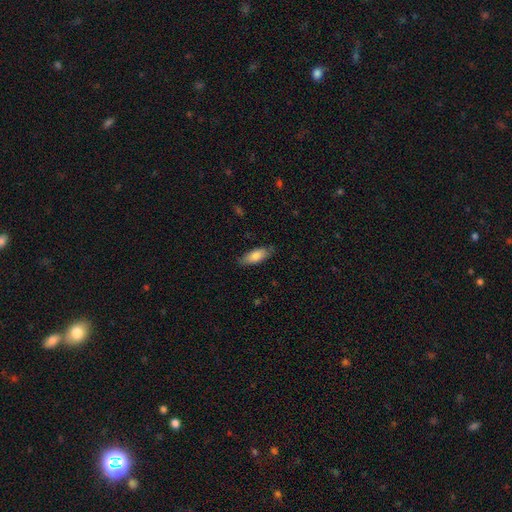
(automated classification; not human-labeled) Smooth or featured?
  - smooth: 81% *
  - featured or disk: 13%
  - star or artifact: 6%
How rounded?
  - in between: 72% *
  - cigar-shaped: 27%
  - round: 2%
Merging?
  - none: 80% *
  - minor disturbance: 16%
  - major disturbance: 3%
  - merger: 1%